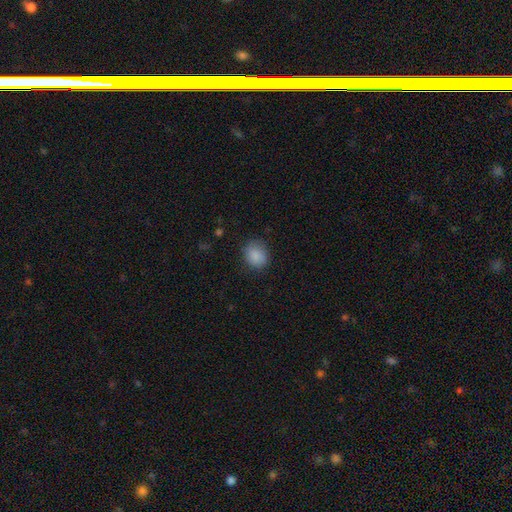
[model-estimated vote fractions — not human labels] Morphology: type=smooth (88%); roundness=round (64%); merging=none (80%).